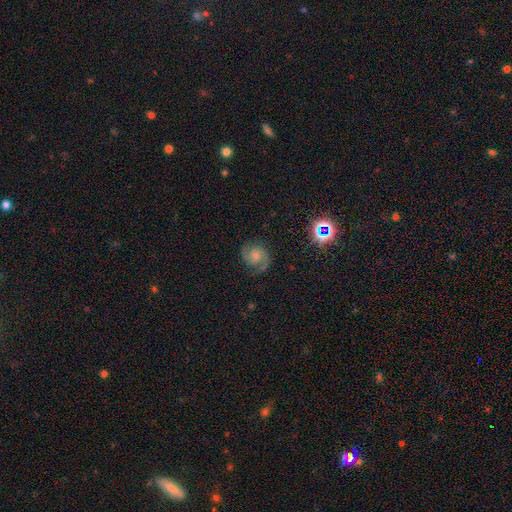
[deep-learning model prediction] Overall: featured or disk (79%). Edge-on disk: no (98%). Bar: no (66%; weak 29%). Spiral arms: yes (97%). Spiral arm count: 2 (89%). Spiral winding: medium (53%; tight 32%). Bulge size: moderate (44%; small 34%). Merging: none (77%).